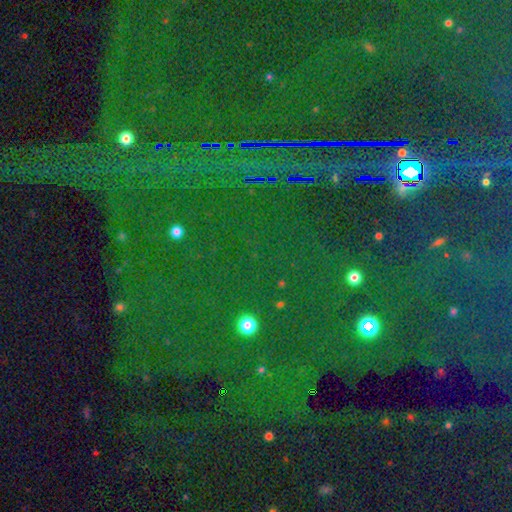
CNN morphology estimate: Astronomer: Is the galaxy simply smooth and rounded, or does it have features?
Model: star or artifact — 87%.